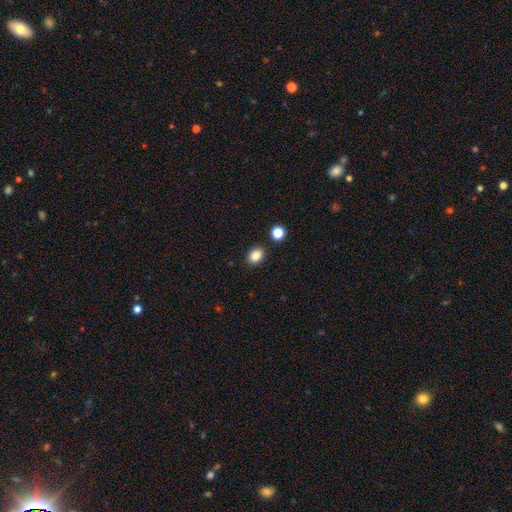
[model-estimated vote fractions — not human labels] A smooth galaxy with no disk features (85%) that is in between round and cigar-shaped (63%).

Vote fractions:
- Smooth or featured? smooth: 85% / star or artifact: 10% / featured or disk: 5%
- How rounded? in between: 63% / round: 36% / cigar-shaped: 1%
- Merging? none: 86% / minor disturbance: 8% / merger: 4% / major disturbance: 2%